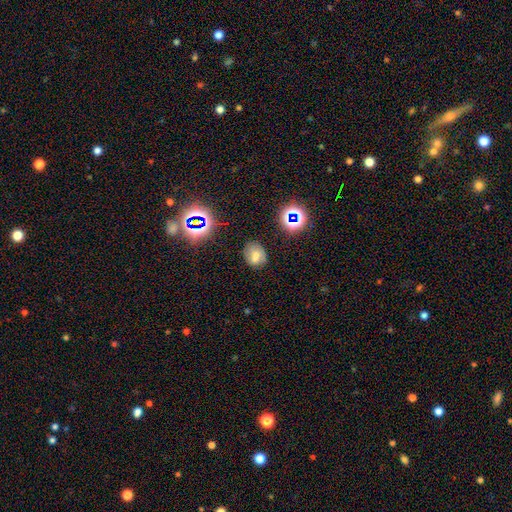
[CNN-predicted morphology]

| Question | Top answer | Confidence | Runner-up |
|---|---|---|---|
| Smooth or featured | smooth | 58% | featured or disk (21%) |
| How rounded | in between | 58% | round (40%) |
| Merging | none | 70% | minor disturbance (20%) |